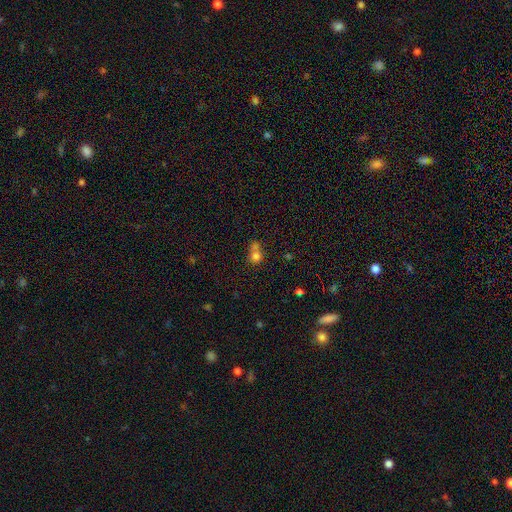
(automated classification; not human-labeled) This is likely a smooth galaxy (75%). How rounded: likely round (78%). Merging: possibly merger (52%).